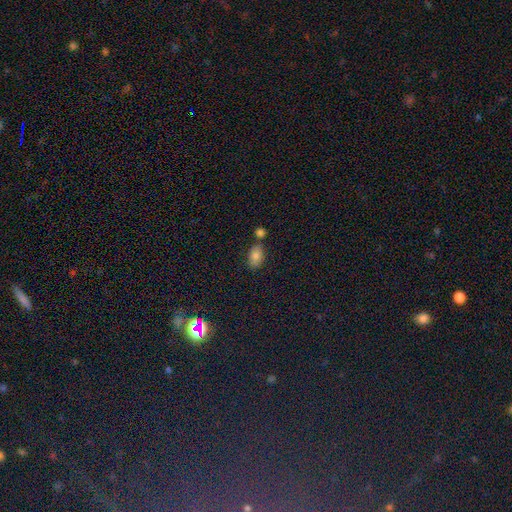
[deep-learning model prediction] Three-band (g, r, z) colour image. It shows a smooth galaxy with no disk features (80%) that is in between round and cigar-shaped (89%). Merging: none (67%).